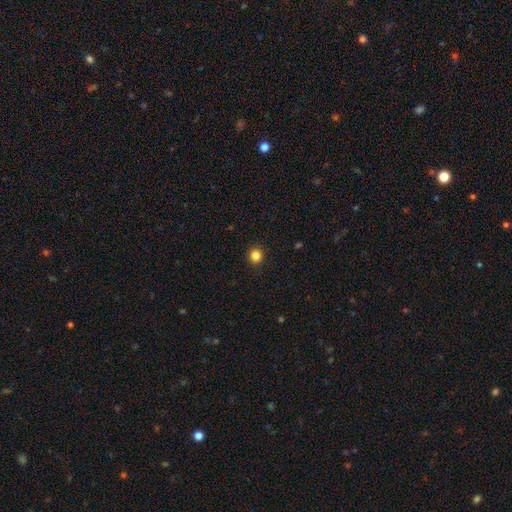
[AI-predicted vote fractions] The model was most divided on "smooth or featured": smooth: 84%, star or artifact: 12%, featured or disk: 4%. More confident: merging — none (92%); how rounded — round (89%).